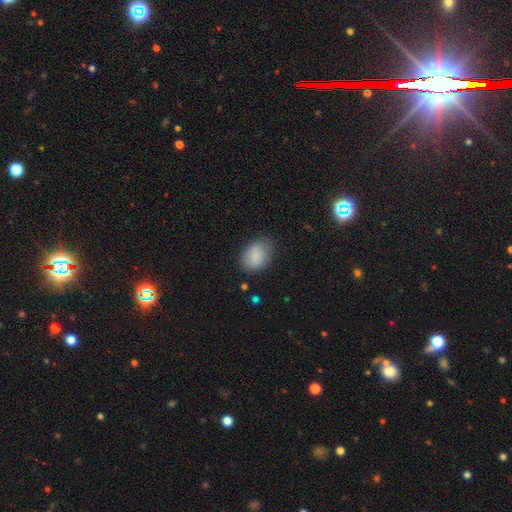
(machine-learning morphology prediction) Q: Smooth or featured?
A: smooth (84%); runner-up: featured or disk (9%)
Q: How rounded?
A: in between (76%); runner-up: round (23%)
Q: Merging?
A: none (69%); runner-up: minor disturbance (23%)